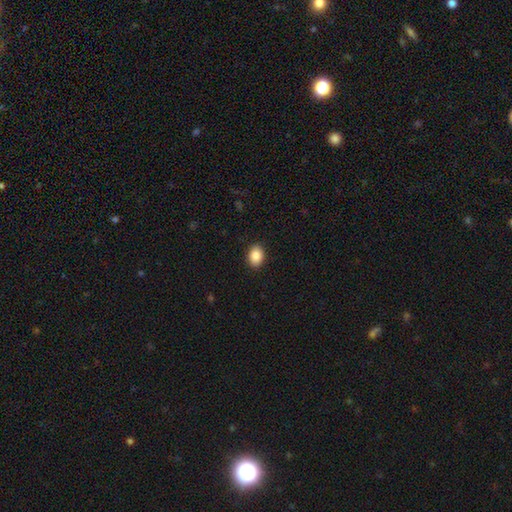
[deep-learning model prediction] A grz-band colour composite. It shows a smooth galaxy with no disk features (89%) that is in between round and cigar-shaped (72%). Merging: none (90%).